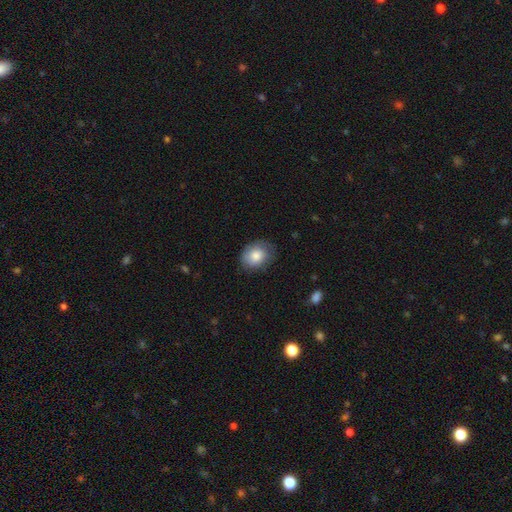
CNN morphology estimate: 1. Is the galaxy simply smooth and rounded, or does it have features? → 79% smooth, 13% featured or disk, 7% star or artifact.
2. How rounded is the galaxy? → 58% in between, 41% round, 1% cigar-shaped.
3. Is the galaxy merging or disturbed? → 72% none, 21% minor disturbance, 5% major disturbance, 1% merger.